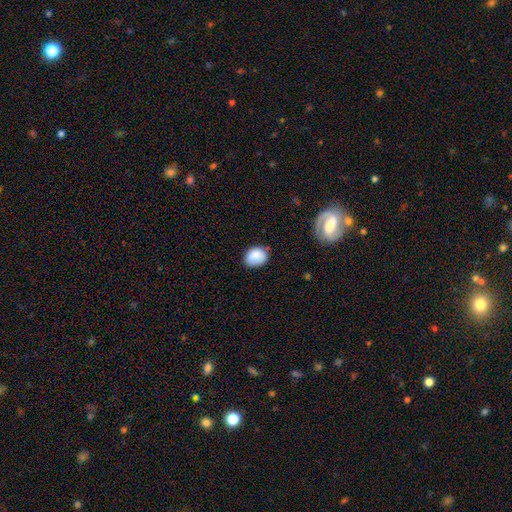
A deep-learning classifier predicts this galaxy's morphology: smooth_or_featured: smooth (p=0.84) [alt: featured or disk p=0.08]
how_rounded: in between (p=0.59) [alt: round p=0.40]
merging: none (p=0.69) [alt: minor disturbance p=0.24]